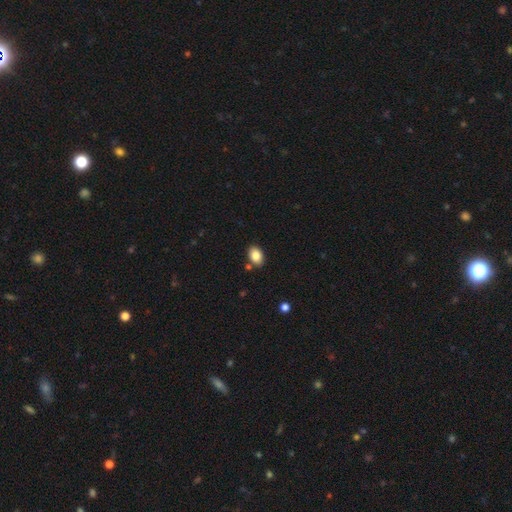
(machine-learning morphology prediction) Smooth or featured: smooth — 85% (star or artifact — 8%)
How rounded: in between — 84% (round — 15%)
Merging: none — 81% (minor disturbance — 11%)